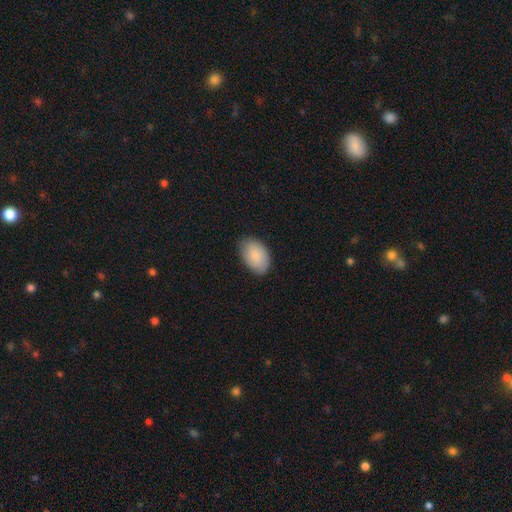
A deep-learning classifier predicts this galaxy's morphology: A smooth galaxy with no disk features (84%) that is in between round and cigar-shaped (91%). Merging: none (80%).